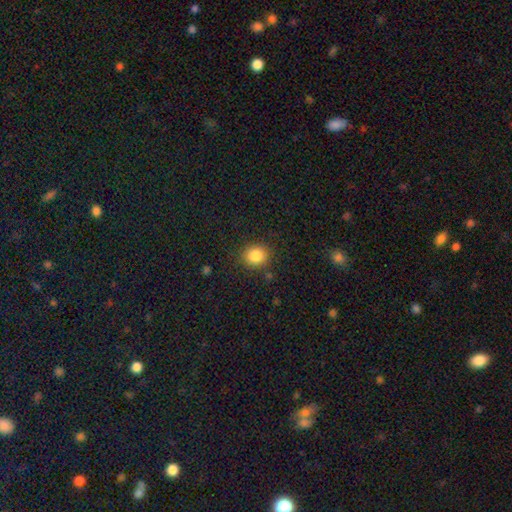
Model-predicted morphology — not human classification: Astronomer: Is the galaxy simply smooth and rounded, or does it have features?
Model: smooth — 85%.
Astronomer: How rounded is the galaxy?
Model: round — 79%.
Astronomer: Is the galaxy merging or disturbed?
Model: none — 86%.